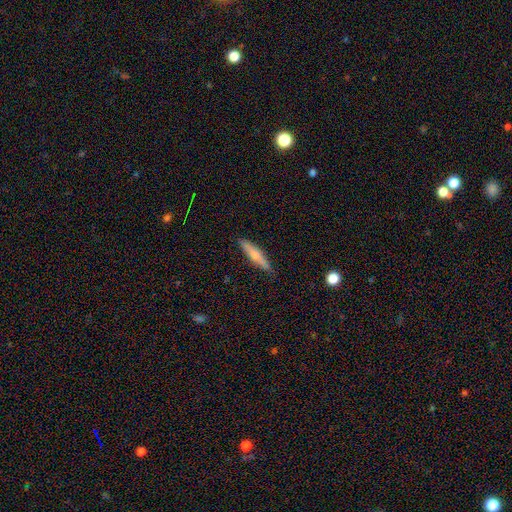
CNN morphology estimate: smooth_or_featured: smooth (p=0.51) [alt: featured or disk p=0.42]
how_rounded: cigar-shaped (p=0.86) [alt: in between p=0.12]
merging: none (p=0.87) [alt: minor disturbance p=0.10]